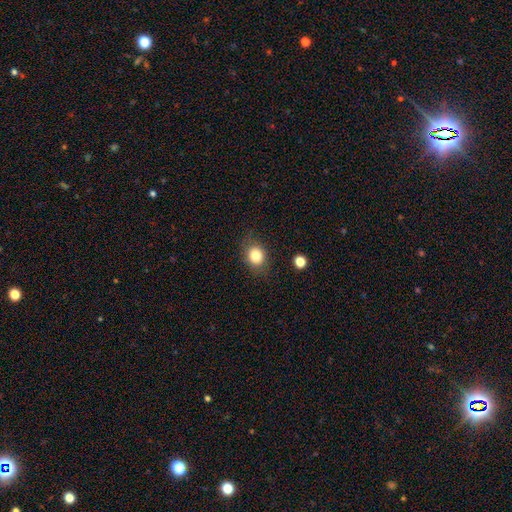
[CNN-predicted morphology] smooth-or-featured: smooth: 80% | star or artifact: 11% | featured or disk: 9%
  how-rounded: round: 62% | in between: 37% | cigar-shaped: 1%
  merging: none: 79% | minor disturbance: 14% | major disturbance: 5% | merger: 2%